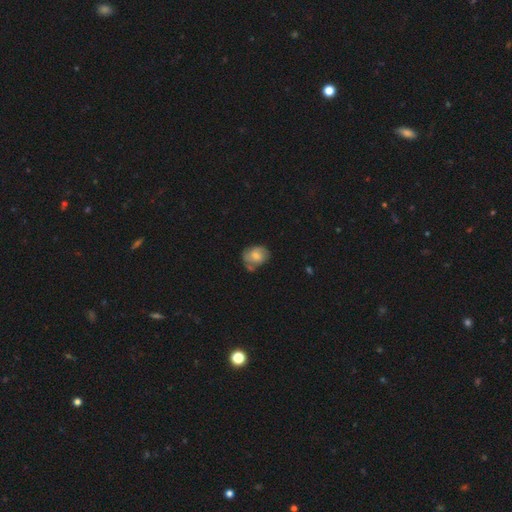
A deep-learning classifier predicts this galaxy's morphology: type=smooth (59%); roundness=in between (59%); merging=none (49%).